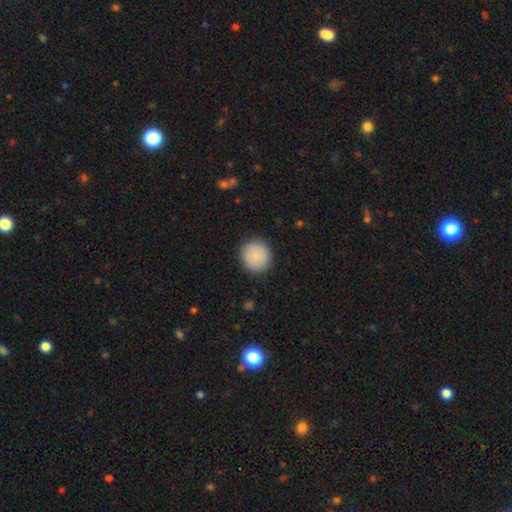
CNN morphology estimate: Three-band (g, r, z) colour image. It shows a smooth galaxy with no disk features (87%) that is round (93%). Merging: none (90%).